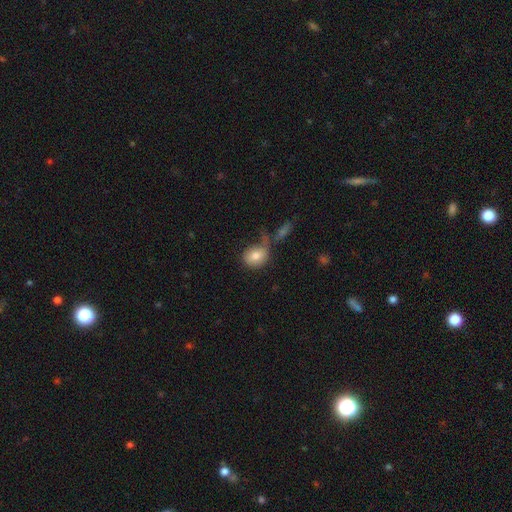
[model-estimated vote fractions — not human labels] Overall: smooth (80%). How rounded: round (53%; in between 46%). Merging: none (42%; merger 22%).